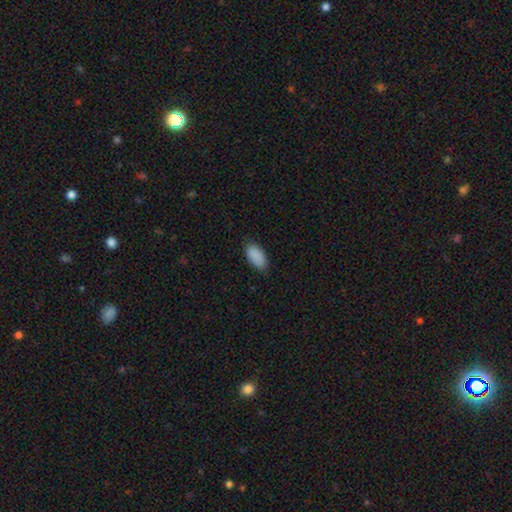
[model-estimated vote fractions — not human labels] smooth 90%, star or artifact 7%, featured or disk 3%. Down the decision tree: how rounded — in between (93%); merging — none (82%).